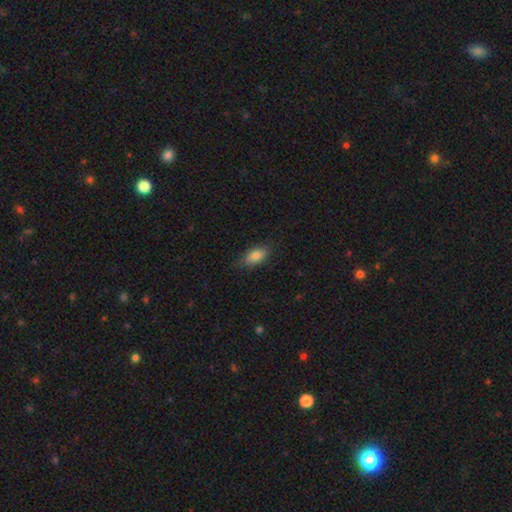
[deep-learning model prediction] smooth_or_featured: smooth (p=0.81) [alt: featured or disk p=0.11]
how_rounded: in between (p=0.88) [alt: cigar-shaped p=0.06]
merging: none (p=0.79) [alt: minor disturbance p=0.16]